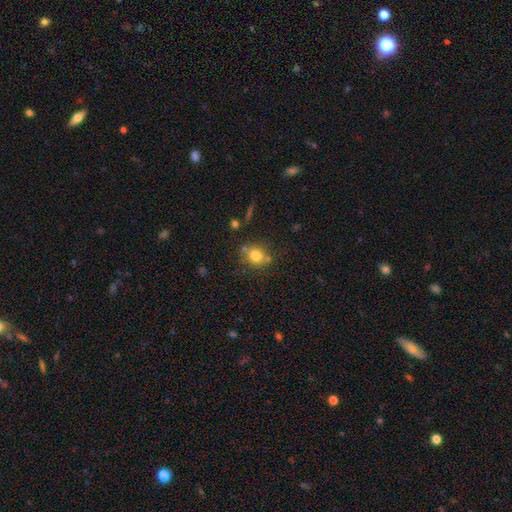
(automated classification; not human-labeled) Morphology: type=smooth (78%); roundness=round (79%); merging=none (70%).